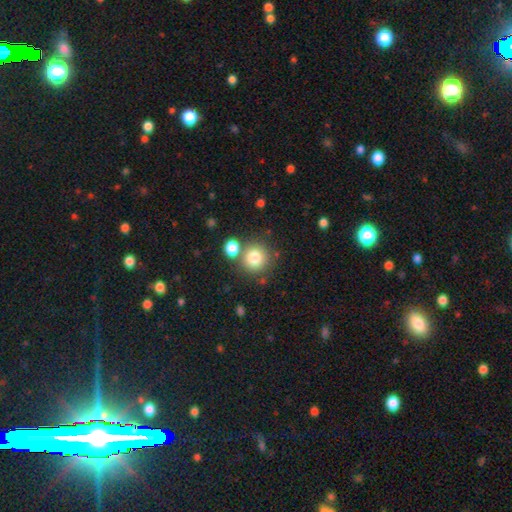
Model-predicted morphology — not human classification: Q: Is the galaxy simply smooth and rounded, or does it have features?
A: smooth — 79%.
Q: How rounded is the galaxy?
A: round — 93%.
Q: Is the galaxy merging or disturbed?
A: none — 77%.